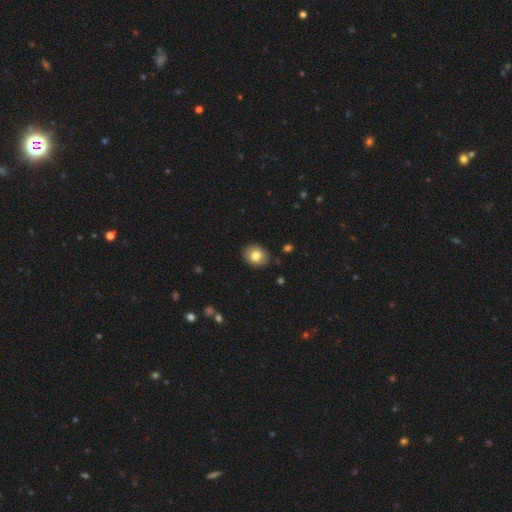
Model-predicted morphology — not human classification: Smooth or featured? smooth (81%)
How rounded? round (53%)
Merging? none (87%)